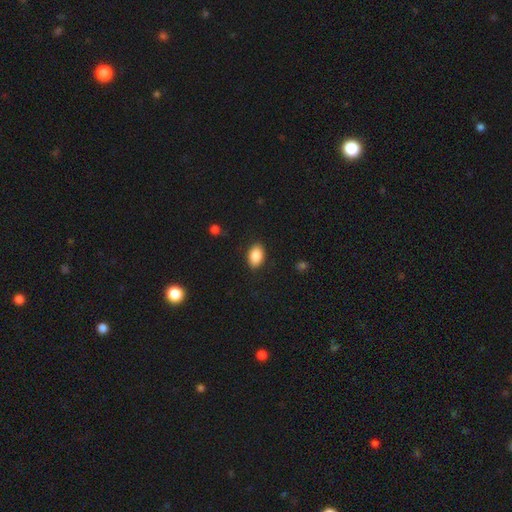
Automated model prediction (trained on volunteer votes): smooth_or_featured: smooth (p=0.88) [alt: star or artifact p=0.08]
how_rounded: in between (p=0.88) [alt: round p=0.11]
merging: none (p=0.87) [alt: minor disturbance p=0.09]